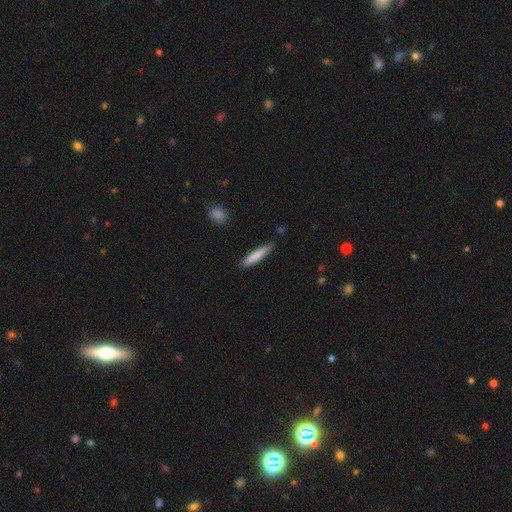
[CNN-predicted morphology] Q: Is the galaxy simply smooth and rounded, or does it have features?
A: smooth — 81%.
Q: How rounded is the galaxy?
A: cigar-shaped — 90%.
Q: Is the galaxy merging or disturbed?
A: none — 87%.